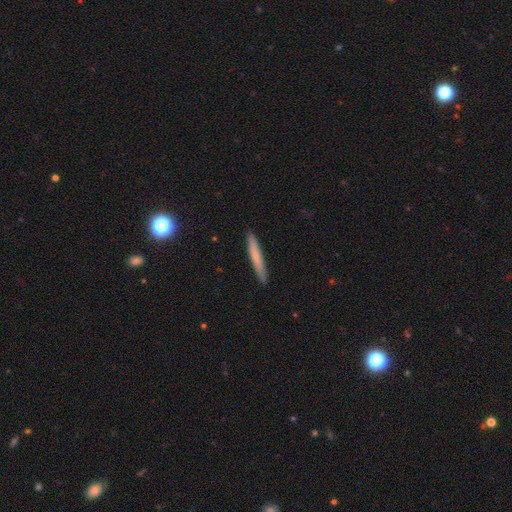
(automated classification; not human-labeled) smooth_or_featured: smooth (p=0.66) [alt: featured or disk p=0.28]
how_rounded: cigar-shaped (p=0.96) [alt: in between p=0.03]
merging: none (p=0.90) [alt: minor disturbance p=0.07]